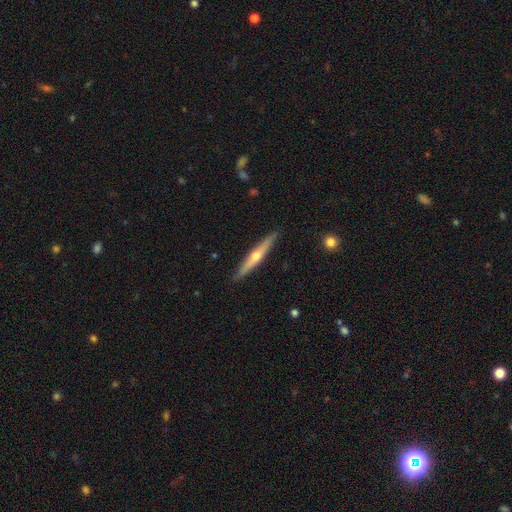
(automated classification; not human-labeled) smooth-or-featured: featured or disk: 66% | smooth: 28% | star or artifact: 5%
  disk-edge-on: yes: 96% | no: 4%
    edge-on-bulge: rounded: 89% | none: 9% | boxy: 2%
  merging: none: 90% | minor disturbance: 7% | major disturbance: 1% | merger: 1%